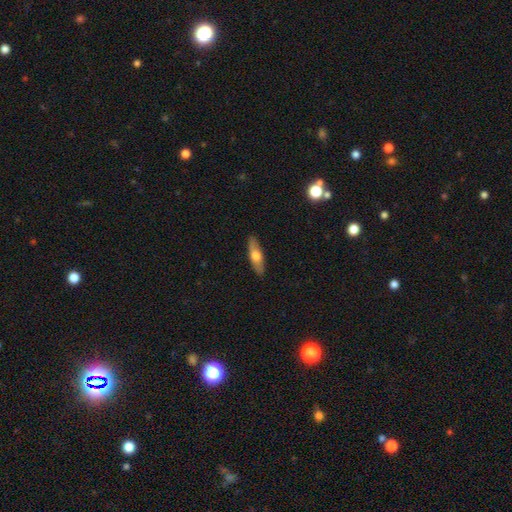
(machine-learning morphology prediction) Smooth or featured: smooth — 55% (featured or disk — 39%)
How rounded: cigar-shaped — 56% (in between — 41%)
Merging: none — 88% (minor disturbance — 9%)